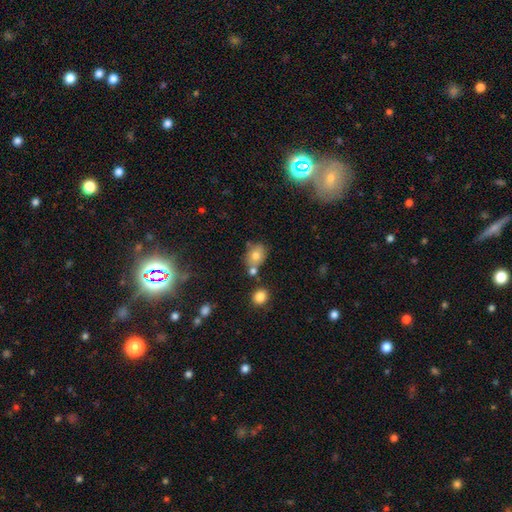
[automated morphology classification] A smooth galaxy with no disk features (76%) that is in between round and cigar-shaped (52%). Merging: none (60%).